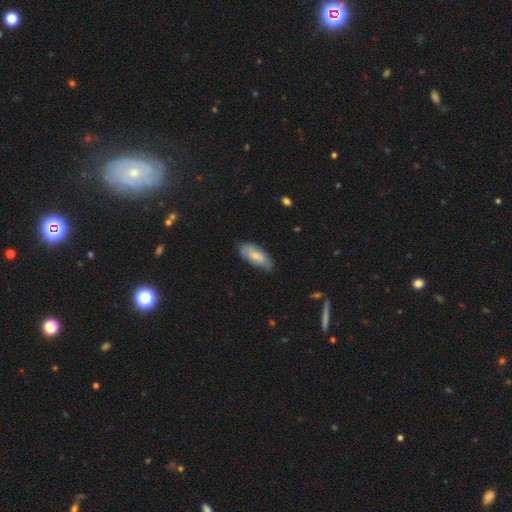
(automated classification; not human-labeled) smooth_or_featured: smooth (p=0.73) [alt: featured or disk p=0.21]
how_rounded: in between (p=0.85) [alt: cigar-shaped p=0.13]
merging: none (p=0.71) [alt: minor disturbance p=0.24]